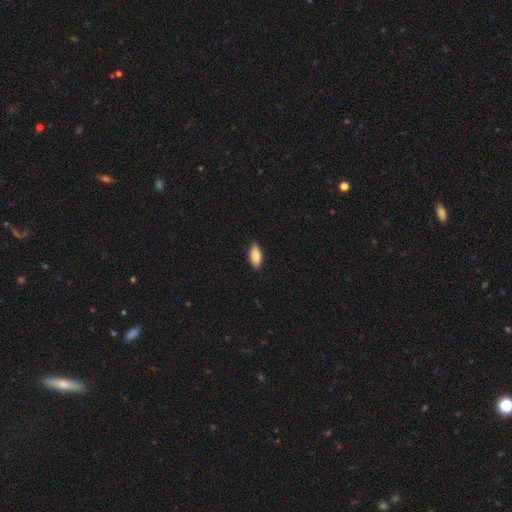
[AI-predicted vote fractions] A smooth galaxy with no disk features (84%) that is in between round and cigar-shaped (84%). Merging: none (86%).